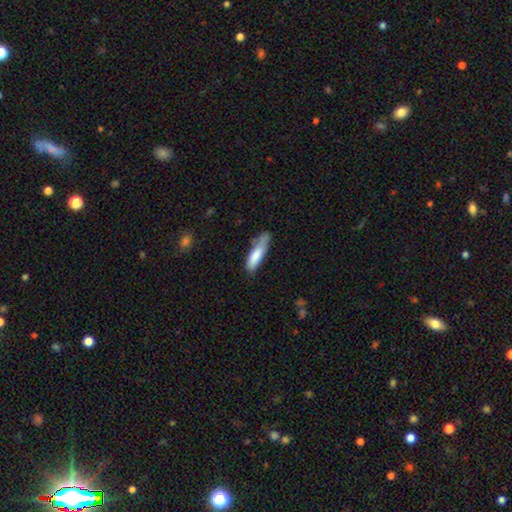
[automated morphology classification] smooth-or-featured: smooth: 81% | featured or disk: 13% | star or artifact: 6%
  how-rounded: cigar-shaped: 69% | in between: 30% | round: 1%
  merging: none: 52% | minor disturbance: 33% | major disturbance: 10% | merger: 5%